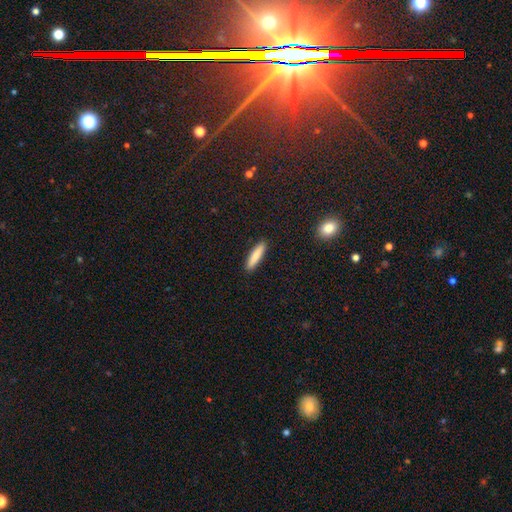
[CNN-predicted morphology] Q: Smooth or featured?
A: smooth (83%); runner-up: featured or disk (11%)
Q: How rounded?
A: cigar-shaped (83%); runner-up: in between (15%)
Q: Merging?
A: none (91%); runner-up: minor disturbance (6%)